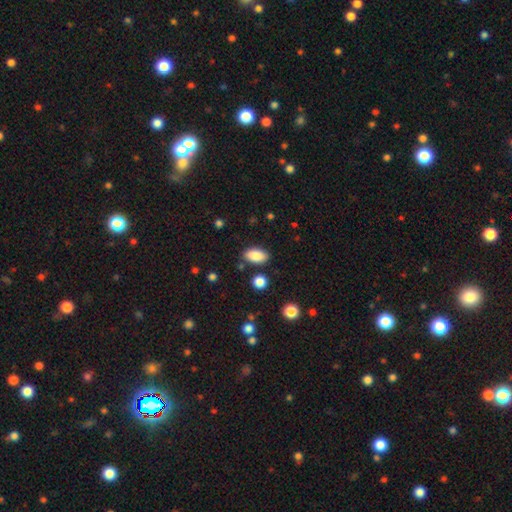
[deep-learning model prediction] A smooth galaxy with no disk features (87%) that is in between round and cigar-shaped (91%). Merging: none (82%).